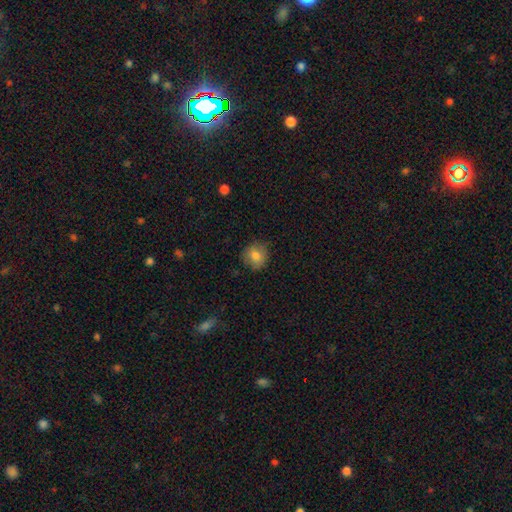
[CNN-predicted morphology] Smooth or featured: smooth — 82% (star or artifact — 9%)
How rounded: round — 87% (in between — 12%)
Merging: none — 81% (minor disturbance — 15%)